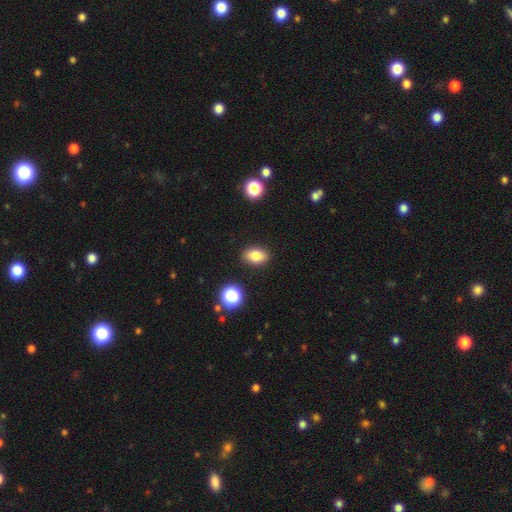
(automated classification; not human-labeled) Smooth or featured? Predicted: smooth (p=0.81). How rounded? Predicted: in between (p=0.83). Merging? Predicted: none (p=0.88).